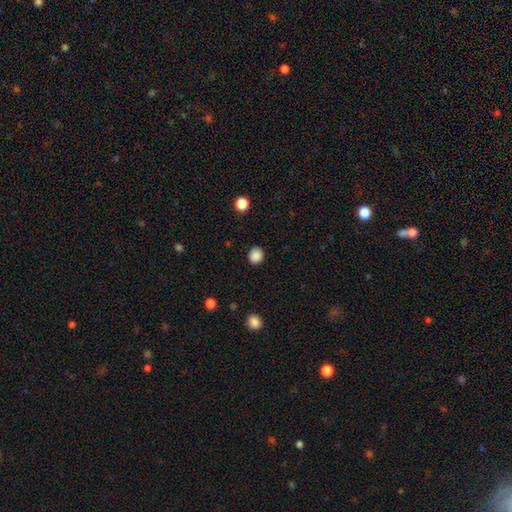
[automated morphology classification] smooth-or-featured: smooth: 87% | star or artifact: 10% | featured or disk: 3%
  how-rounded: round: 78% | in between: 21% | cigar-shaped: 1%
  merging: none: 90% | minor disturbance: 7% | major disturbance: 2% | merger: 1%